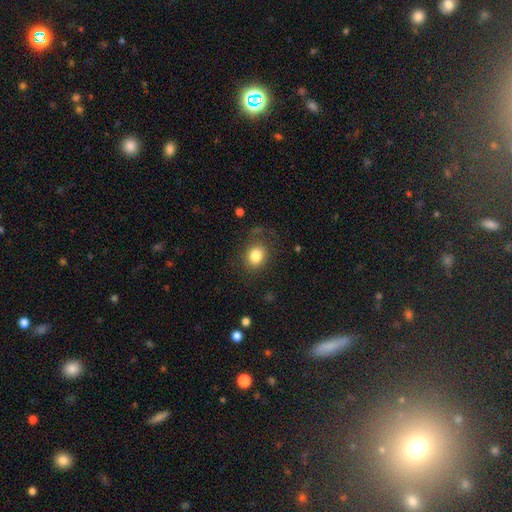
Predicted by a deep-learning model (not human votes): Smooth or featured? Predicted: smooth (p=0.82). How rounded? Predicted: round (p=0.56). Merging? Predicted: none (p=0.73).